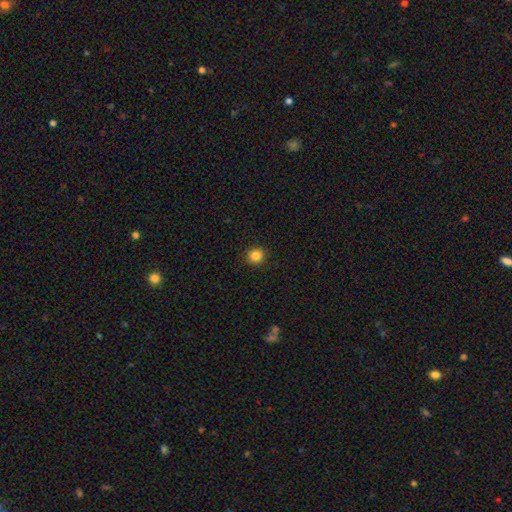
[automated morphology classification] smooth-or-featured: smooth: 84% | star or artifact: 12% | featured or disk: 4%
  how-rounded: round: 90% | in between: 9% | cigar-shaped: 1%
  merging: none: 92% | minor disturbance: 5% | major disturbance: 2% | merger: 1%